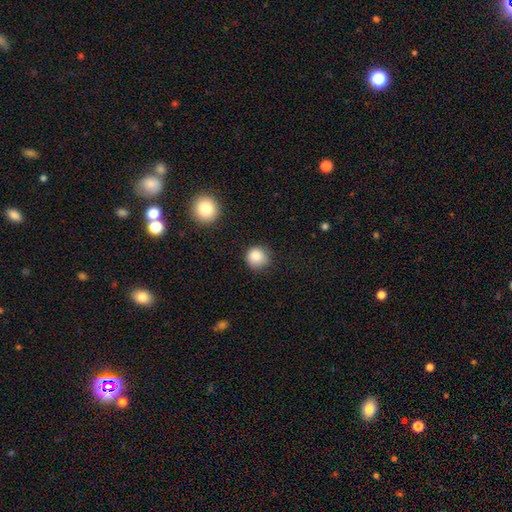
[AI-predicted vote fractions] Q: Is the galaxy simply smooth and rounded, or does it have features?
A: smooth — 86%.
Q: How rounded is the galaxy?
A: round — 92%.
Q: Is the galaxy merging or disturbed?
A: none — 82%.